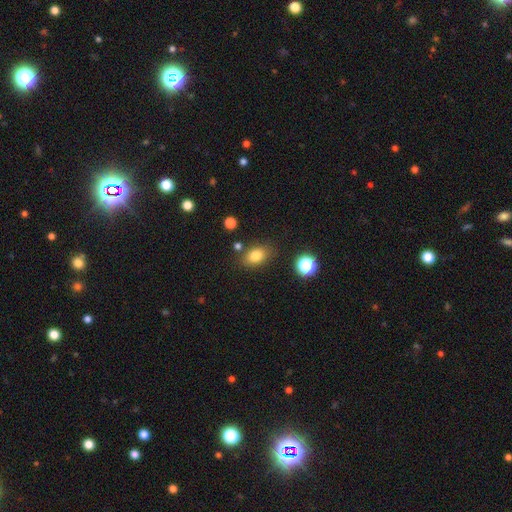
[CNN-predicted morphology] Smooth or featured?
  - smooth: 79% *
  - star or artifact: 12%
  - featured or disk: 9%
How rounded?
  - in between: 75% *
  - round: 24%
  - cigar-shaped: 2%
Merging?
  - none: 79% *
  - minor disturbance: 13%
  - merger: 5%
  - major disturbance: 3%